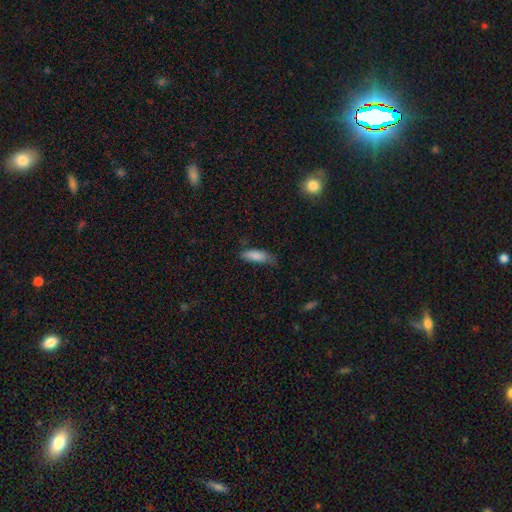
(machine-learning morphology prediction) Smooth or featured? smooth (85%)
How rounded? in between (62%)
Merging? none (57%)